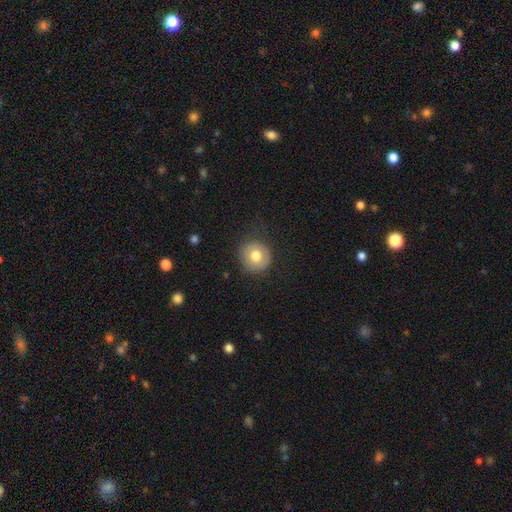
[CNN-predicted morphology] Smooth or featured: smooth — 74% (featured or disk — 18%)
How rounded: round — 92% (in between — 7%)
Merging: none — 77% (minor disturbance — 15%)